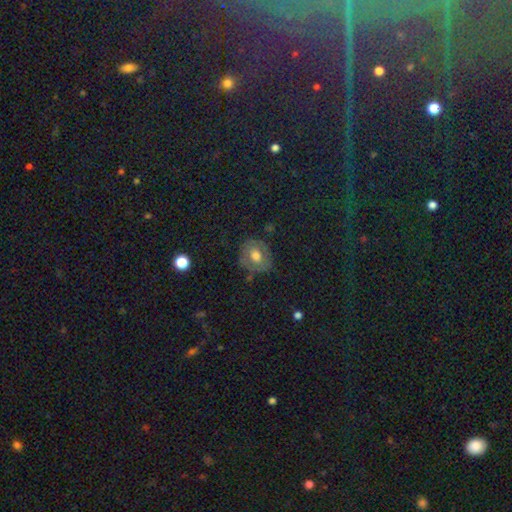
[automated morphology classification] The model was most divided on "how rounded": round: 63%, in between: 36%, cigar-shaped: 1%. More confident: merging — none (73%); smooth or featured — smooth (57%).